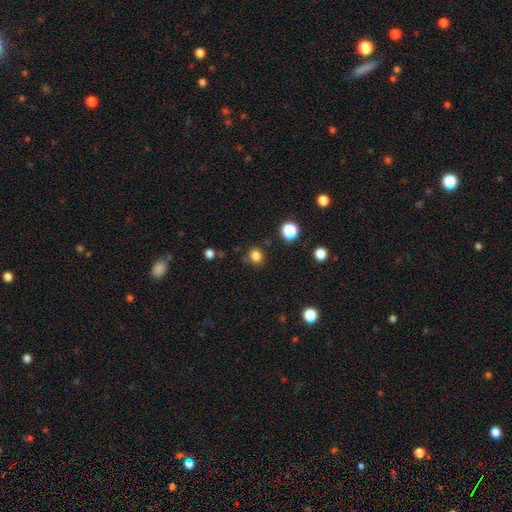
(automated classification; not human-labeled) Q: Smooth or featured?
A: smooth (81%); runner-up: star or artifact (14%)
Q: How rounded?
A: round (76%); runner-up: in between (23%)
Q: Merging?
A: none (81%); runner-up: minor disturbance (12%)